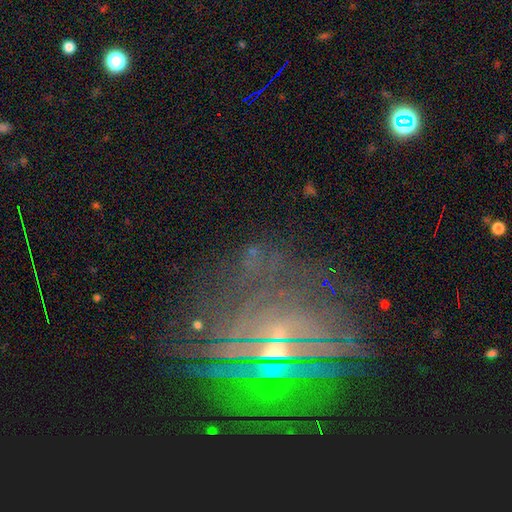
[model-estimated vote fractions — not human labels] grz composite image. It shows a star or artifact, not a galaxy (49%).